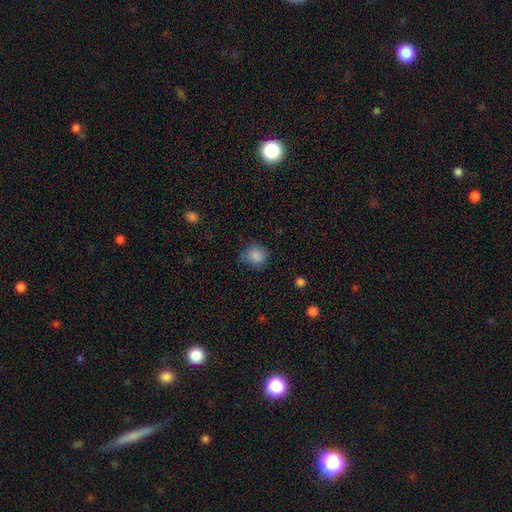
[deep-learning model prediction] This is clearly a smooth galaxy (85%). How rounded: likely round (78%). Merging: likely none (70%).